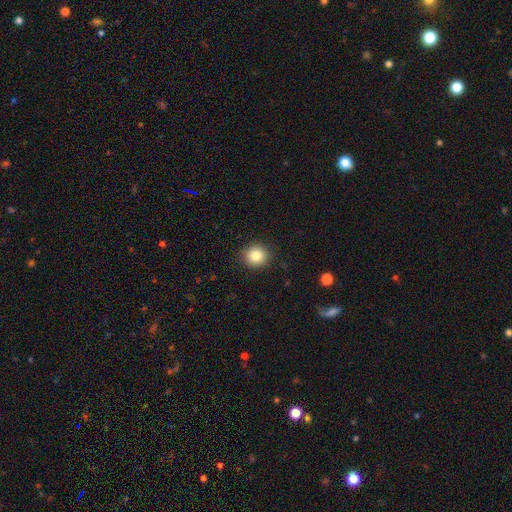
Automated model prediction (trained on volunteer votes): Overall: smooth (84%). How rounded: round (86%). Merging: none (91%).